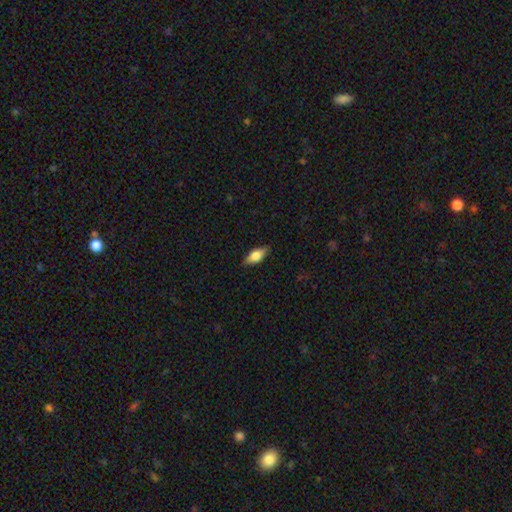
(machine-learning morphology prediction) The model was most divided on "smooth or featured": smooth: 66%, featured or disk: 27%, star or artifact: 7%. More confident: merging — none (84%); how rounded — in between (79%).